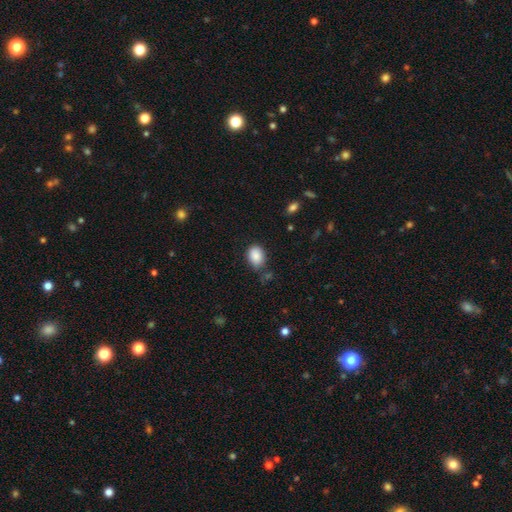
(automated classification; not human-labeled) smooth 88%, star or artifact 8%, featured or disk 4%. Down the decision tree: how rounded — in between (76%); merging — none (70%).